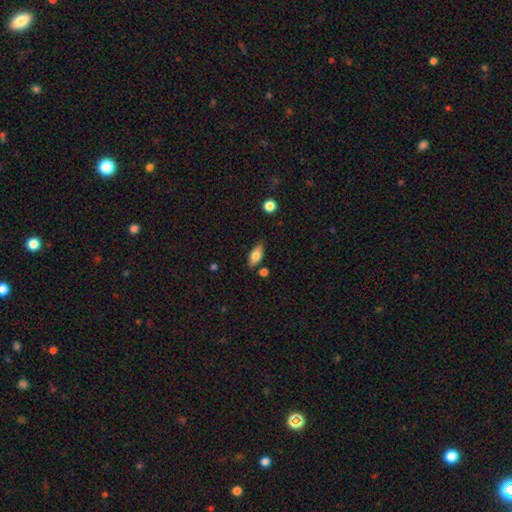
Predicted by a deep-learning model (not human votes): Morphology: type=smooth (75%); roundness=in between (84%); merging=none (81%).